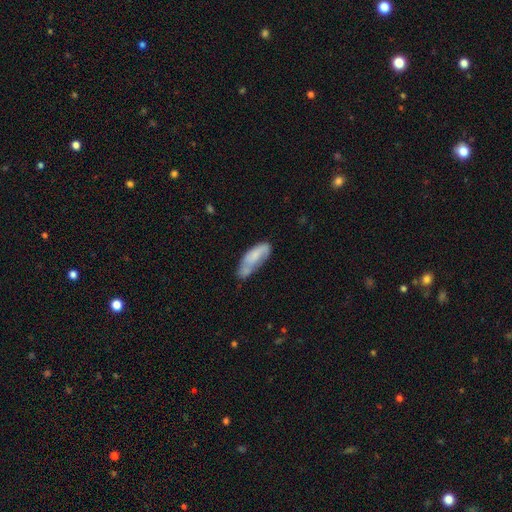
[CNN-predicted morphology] Smooth or featured? Predicted: smooth (p=0.64). How rounded? Predicted: in between (p=0.66). Merging? Predicted: none (p=0.44).